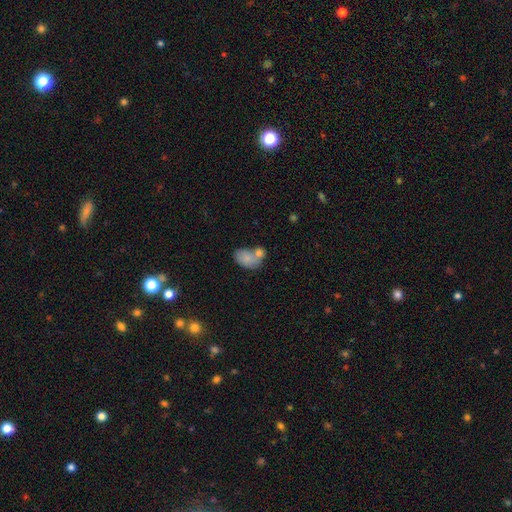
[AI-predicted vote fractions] Overall: smooth (78%). How rounded: in between (81%). Merging: merger (48%; none 32%).